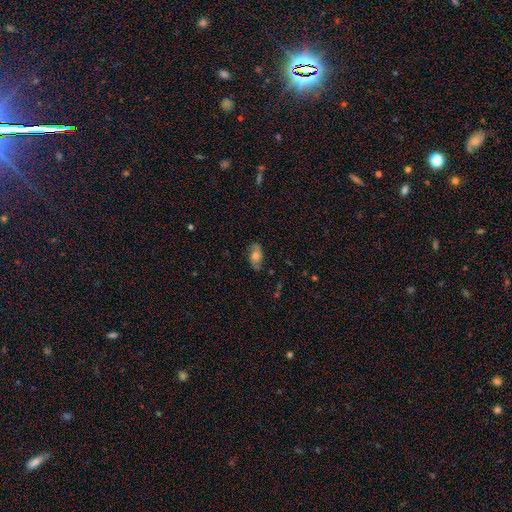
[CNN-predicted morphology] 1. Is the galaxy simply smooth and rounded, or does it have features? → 56% smooth, 35% featured or disk, 9% star or artifact.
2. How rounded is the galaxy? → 88% in between, 7% round, 5% cigar-shaped.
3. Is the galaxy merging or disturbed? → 75% none, 18% minor disturbance, 5% major disturbance, 1% merger.